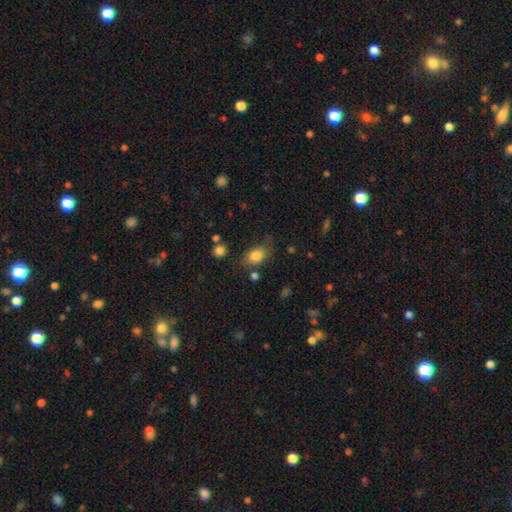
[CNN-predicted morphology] Q: Smooth or featured?
A: smooth (81%); runner-up: featured or disk (10%)
Q: How rounded?
A: in between (77%); runner-up: round (21%)
Q: Merging?
A: none (64%); runner-up: minor disturbance (23%)